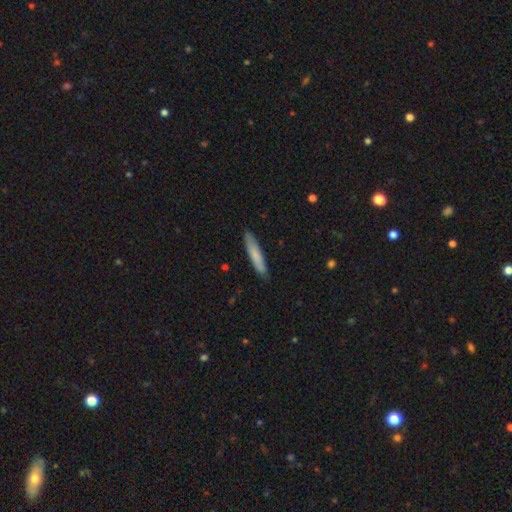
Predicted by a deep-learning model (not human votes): This appears to be a smooth galaxy with no disk features (76%) that is cigar-shaped (90%). Merging: none (88%).